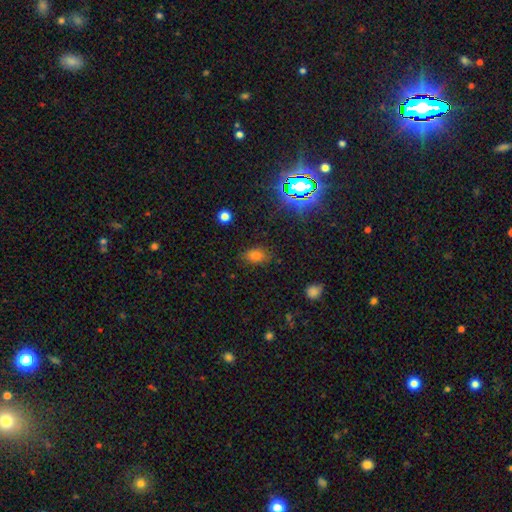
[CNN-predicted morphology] Smooth or featured? smooth (71%)
How rounded? in between (81%)
Merging? none (81%)